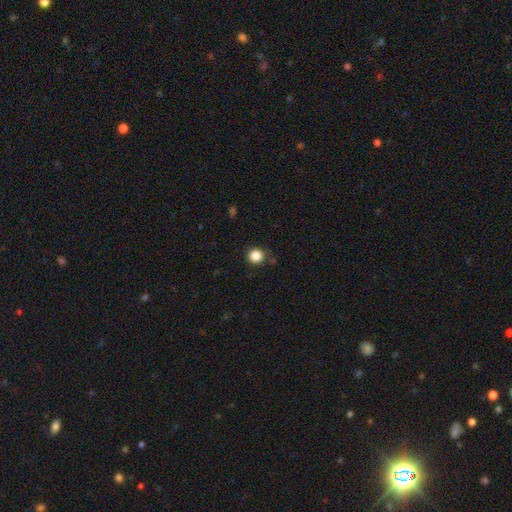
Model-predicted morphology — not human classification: smooth_or_featured: smooth (p=0.84) [alt: star or artifact p=0.12]
how_rounded: round (p=0.92) [alt: in between p=0.07]
merging: none (p=0.85) [alt: minor disturbance p=0.10]